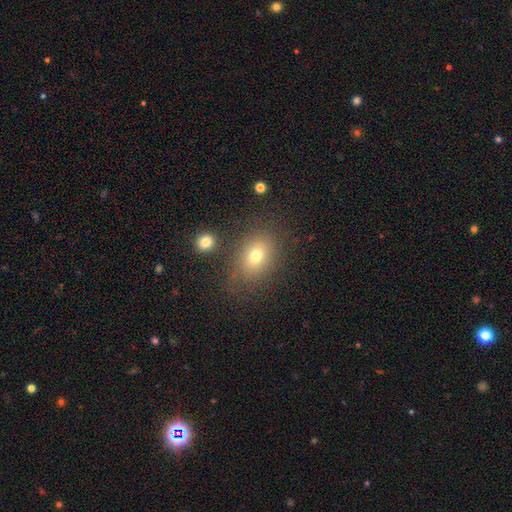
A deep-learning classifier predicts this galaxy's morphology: smooth 73%, star or artifact 14%, featured or disk 13%. Down the decision tree: how rounded — in between (68%); merging — none (77%).